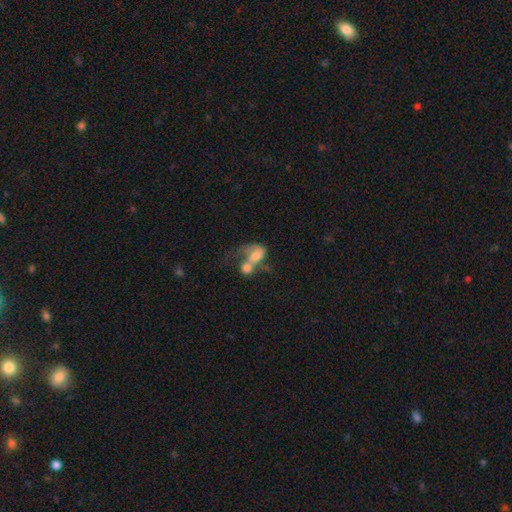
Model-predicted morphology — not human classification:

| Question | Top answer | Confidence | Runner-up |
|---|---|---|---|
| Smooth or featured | smooth | 48% | featured or disk (42%) |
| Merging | merger | 72% | major disturbance (14%) |